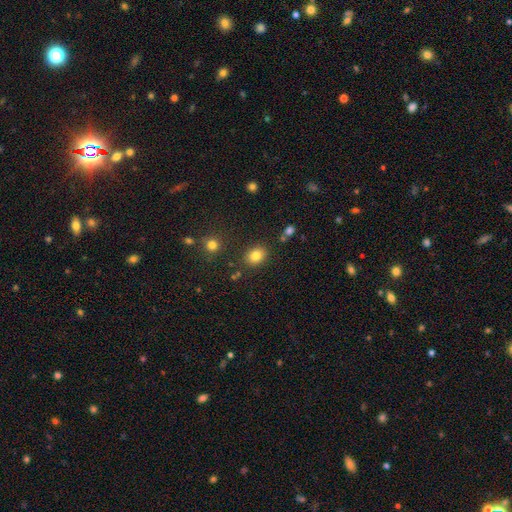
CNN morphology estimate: Smooth or featured? smooth (83%)
How rounded? in between (54%)
Merging? none (83%)